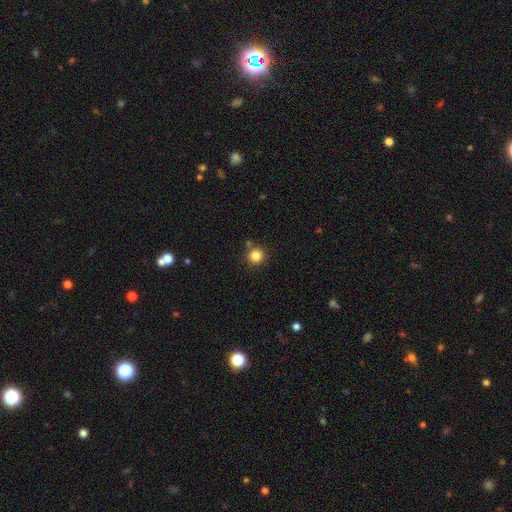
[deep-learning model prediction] Q: Smooth or featured?
A: smooth (84%); runner-up: star or artifact (12%)
Q: How rounded?
A: round (94%); runner-up: in between (5%)
Q: Merging?
A: none (83%); runner-up: minor disturbance (8%)